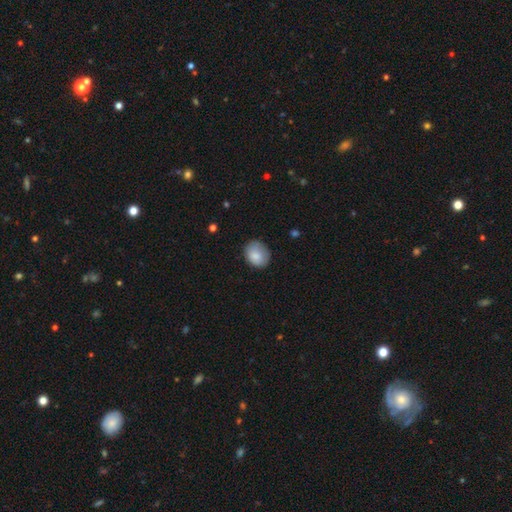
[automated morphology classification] smooth_or_featured: smooth (p=0.83) [alt: featured or disk p=0.10]
how_rounded: round (p=0.55) [alt: in between p=0.44]
merging: none (p=0.72) [alt: minor disturbance p=0.22]